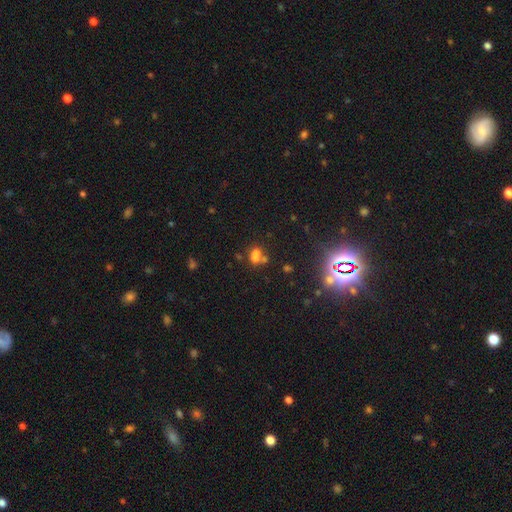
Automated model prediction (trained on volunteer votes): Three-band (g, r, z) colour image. It shows a smooth galaxy with no disk features (65%) that is in between round and cigar-shaped (62%). Merging: merger (42%).